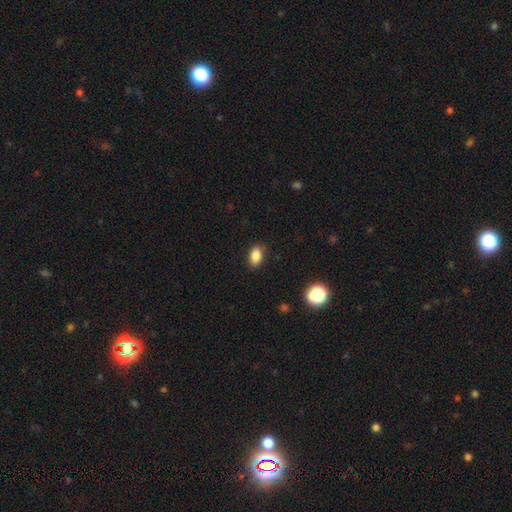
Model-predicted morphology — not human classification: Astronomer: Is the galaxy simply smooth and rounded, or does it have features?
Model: smooth — 86%.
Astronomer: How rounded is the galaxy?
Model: in between — 88%.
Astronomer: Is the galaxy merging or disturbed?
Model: none — 87%.